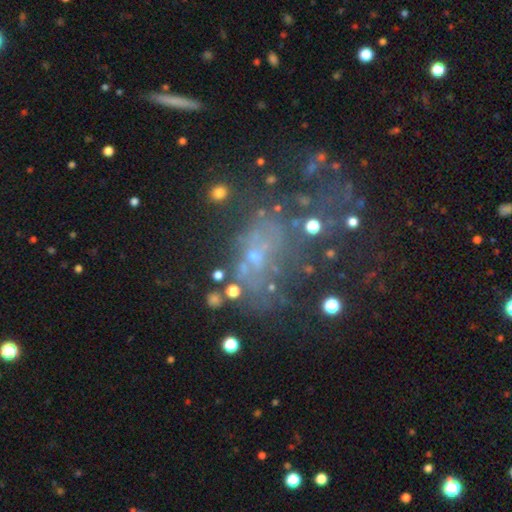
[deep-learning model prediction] Smooth or featured? featured or disk (40%)
Merging? none (36%)